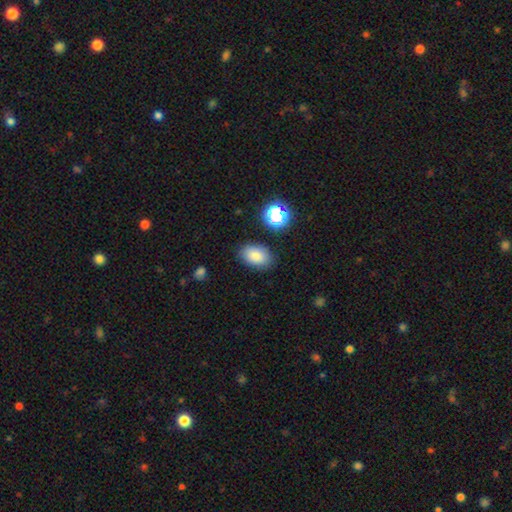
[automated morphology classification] type=smooth (82%); roundness=in between (88%); merging=none (83%).